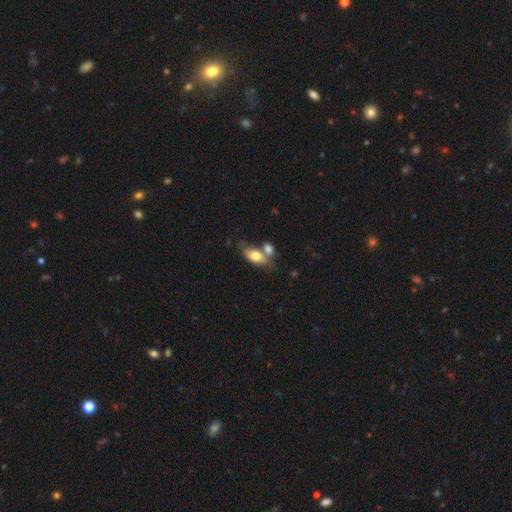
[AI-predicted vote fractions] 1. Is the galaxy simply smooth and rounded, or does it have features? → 79% smooth, 15% featured or disk, 7% star or artifact.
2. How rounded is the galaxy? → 88% in between, 7% round, 5% cigar-shaped.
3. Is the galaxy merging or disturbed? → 43% merger, 38% none, 13% minor disturbance, 5% major disturbance.